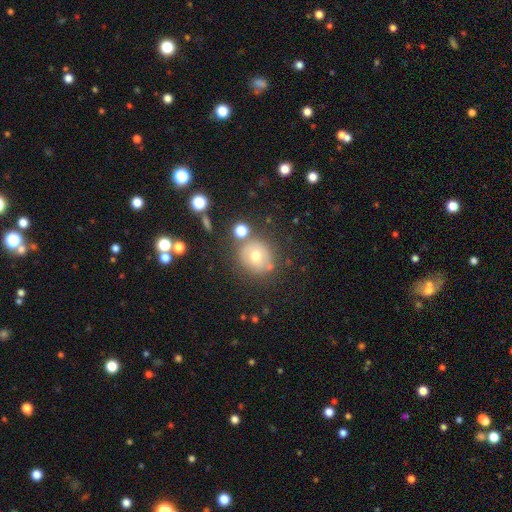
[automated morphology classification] Smooth or featured?
  - smooth: 63% *
  - featured or disk: 24%
  - star or artifact: 13%
How rounded?
  - round: 85% *
  - in between: 14%
  - cigar-shaped: 1%
Merging?
  - none: 71% *
  - minor disturbance: 14%
  - merger: 10%
  - major disturbance: 6%